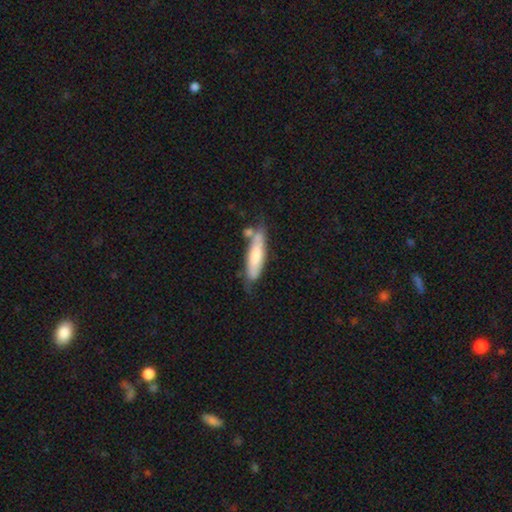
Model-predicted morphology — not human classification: Smooth or featured?
  - smooth: 66% *
  - featured or disk: 28%
  - star or artifact: 6%
How rounded?
  - cigar-shaped: 71% *
  - in between: 27%
  - round: 1%
Merging?
  - none: 54% *
  - minor disturbance: 24%
  - merger: 15%
  - major disturbance: 7%